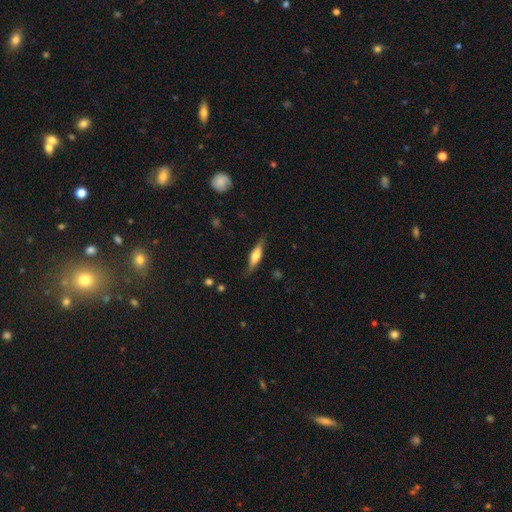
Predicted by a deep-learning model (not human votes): A featured or disk galaxy (52%) viewed edge-on (90%).

Vote fractions:
- Smooth or featured? featured or disk: 52% / smooth: 42% / star or artifact: 6%
- Edge-on disk? yes: 90% / no: 10%
- Merging? none: 82% / minor disturbance: 14% / major disturbance: 3% / merger: 1%